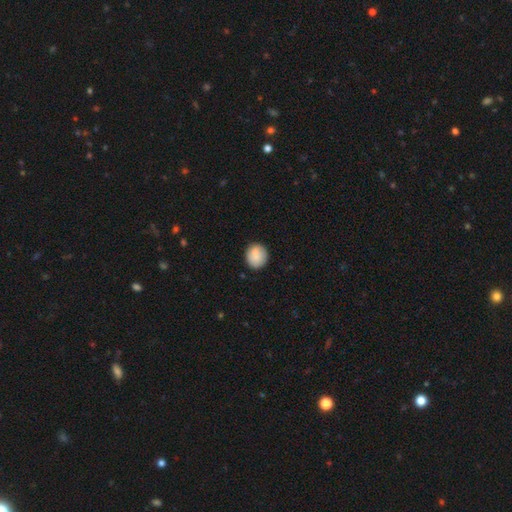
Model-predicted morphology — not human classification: Q: Smooth or featured?
A: smooth (88%); runner-up: star or artifact (7%)
Q: How rounded?
A: round (83%); runner-up: in between (16%)
Q: Merging?
A: none (88%); runner-up: minor disturbance (9%)